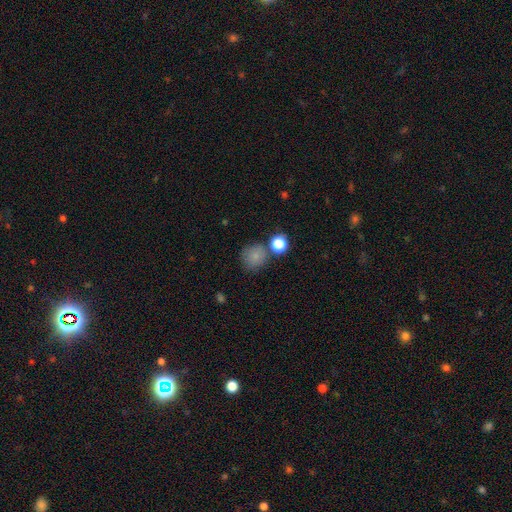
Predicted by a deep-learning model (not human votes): This appears to be a smooth galaxy with no disk features (81%) that is round (88%). Merging: none (71%).